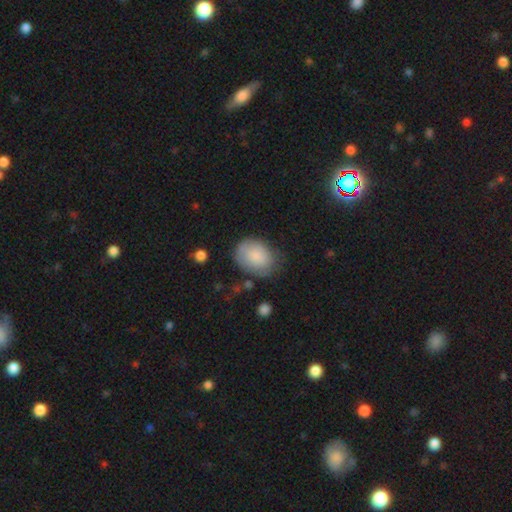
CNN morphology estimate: Smooth or featured?
  - smooth: 82% *
  - featured or disk: 11%
  - star or artifact: 7%
How rounded?
  - in between: 63% *
  - round: 36%
  - cigar-shaped: 1%
Merging?
  - none: 64% *
  - minor disturbance: 25%
  - major disturbance: 8%
  - merger: 3%